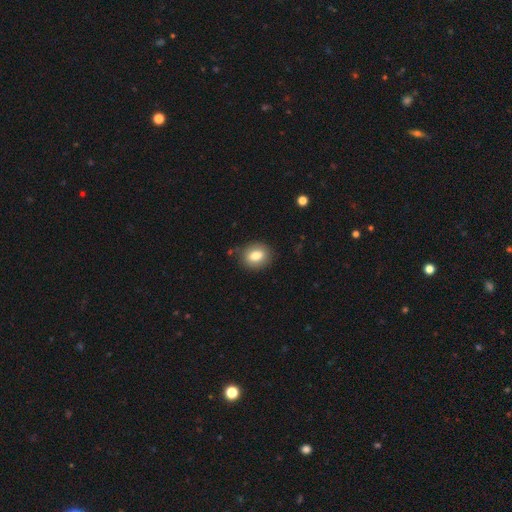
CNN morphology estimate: The model was most divided on "how rounded": in between: 53%, round: 45%, cigar-shaped: 1%. More confident: merging — none (84%); smooth or featured — smooth (81%).